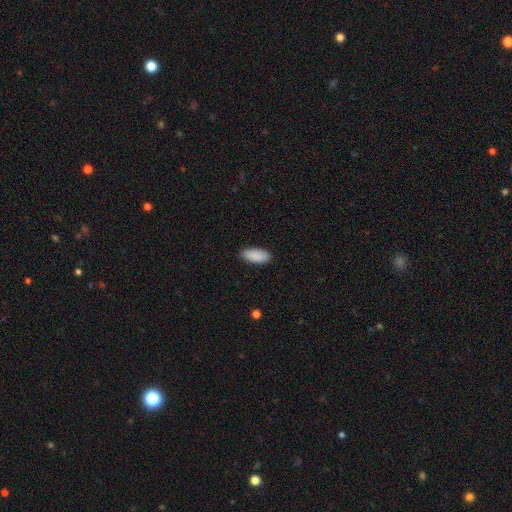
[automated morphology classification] Overall: smooth (90%). How rounded: in between (86%). Merging: none (88%).